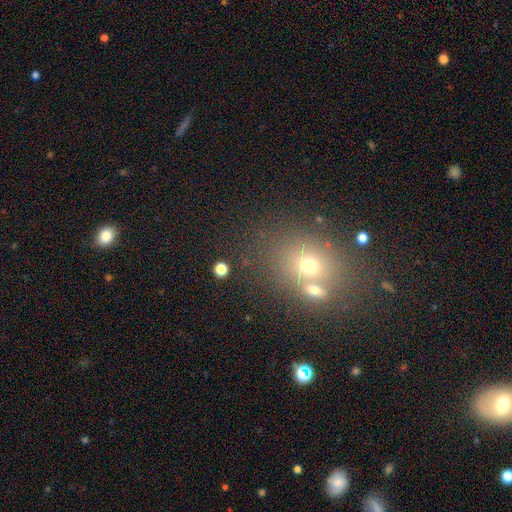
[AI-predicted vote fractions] Smooth or featured: smooth — 55% (star or artifact — 29%)
How rounded: round — 57% (in between — 41%)
Merging: none — 62% (merger — 24%)